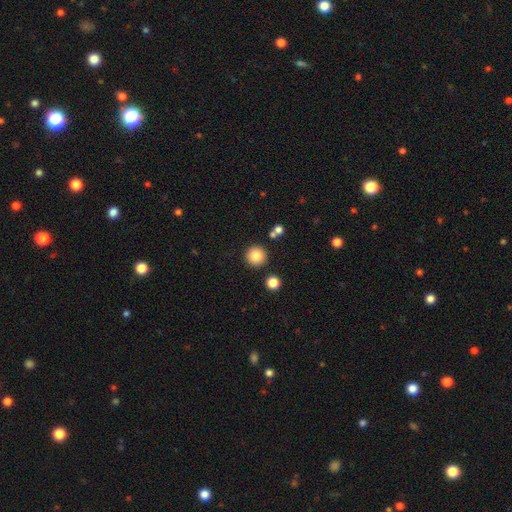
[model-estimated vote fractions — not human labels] Q: Smooth or featured?
A: smooth (84%); runner-up: star or artifact (10%)
Q: How rounded?
A: round (96%); runner-up: in between (4%)
Q: Merging?
A: none (88%); runner-up: minor disturbance (6%)